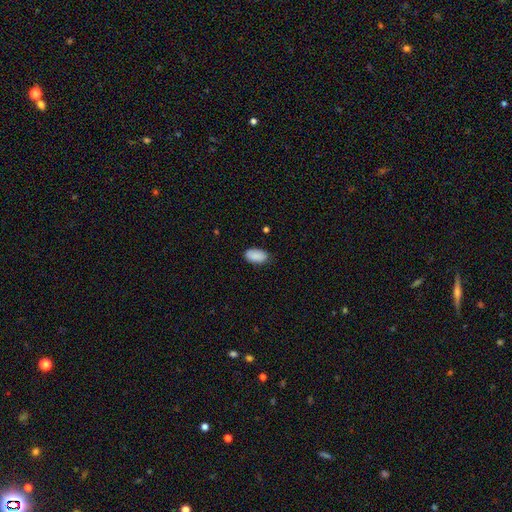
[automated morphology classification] Smooth or featured? smooth (89%)
How rounded? in between (95%)
Merging? none (79%)